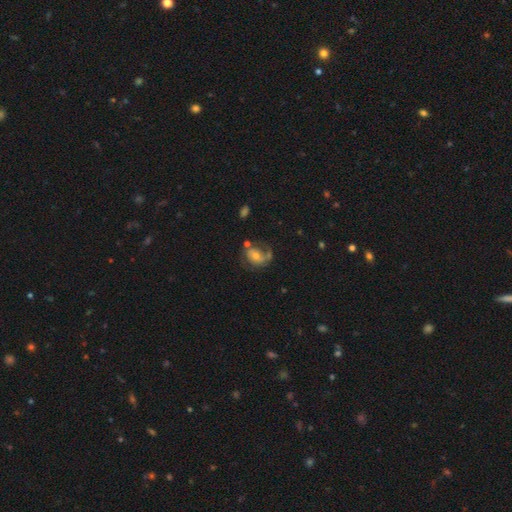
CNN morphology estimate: This appears to be a featured or disk galaxy (58%) with no bar (66%), spiral arms (76%) and a moderate central bulge (57%). Merging: none (44%).